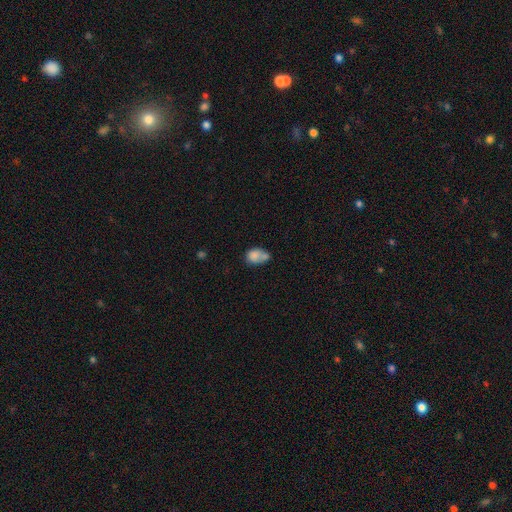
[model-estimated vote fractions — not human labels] smooth 75%, featured or disk 15%, star or artifact 9%. Down the decision tree: how rounded — in between (63%); merging — merger (44%).